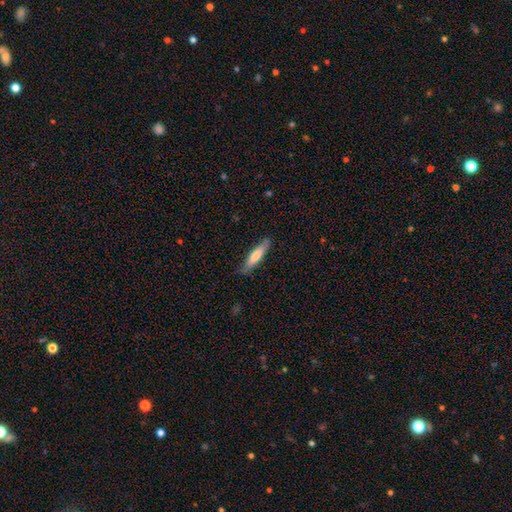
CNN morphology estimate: Q: Smooth or featured?
A: smooth (69%); runner-up: featured or disk (26%)
Q: How rounded?
A: cigar-shaped (83%); runner-up: in between (16%)
Q: Merging?
A: none (82%); runner-up: minor disturbance (14%)